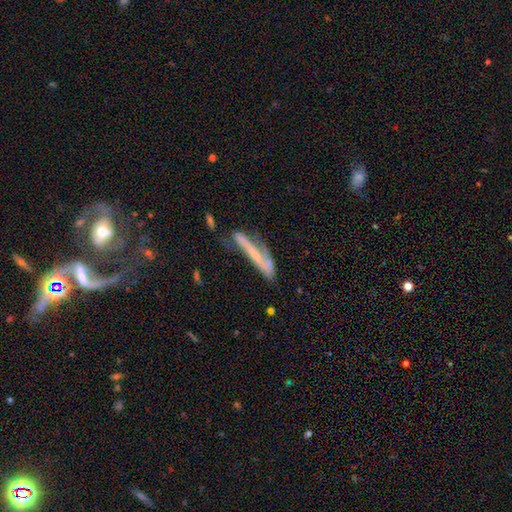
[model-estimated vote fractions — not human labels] Smooth or featured?
  - featured or disk: 56% *
  - smooth: 33%
  - star or artifact: 11%
Edge-on disk?
  - yes: 62% *
  - no: 38%
Merging?
  - none: 47% *
  - minor disturbance: 24%
  - major disturbance: 19%
  - merger: 9%